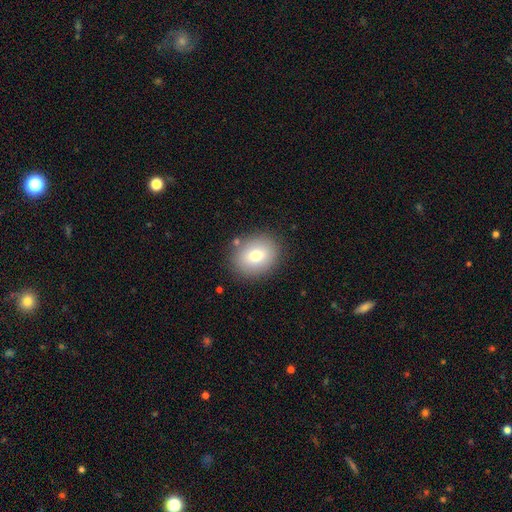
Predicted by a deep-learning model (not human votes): Smooth or featured?
  - smooth: 74% *
  - featured or disk: 16%
  - star or artifact: 11%
How rounded?
  - round: 56% *
  - in between: 43%
  - cigar-shaped: 1%
Merging?
  - none: 85% *
  - minor disturbance: 10%
  - major disturbance: 3%
  - merger: 3%